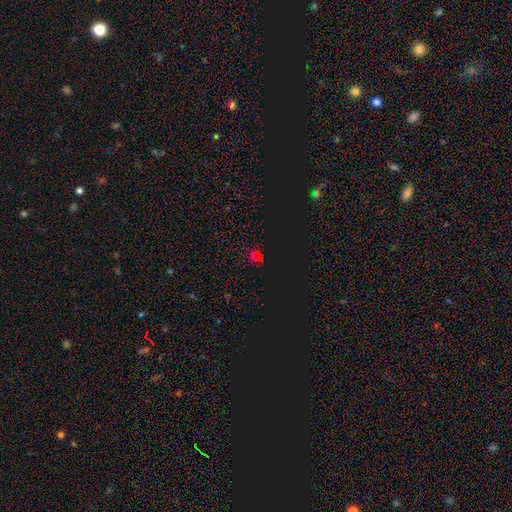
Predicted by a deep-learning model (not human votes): This is possibly a star or artifact rather than a galaxy (58%).